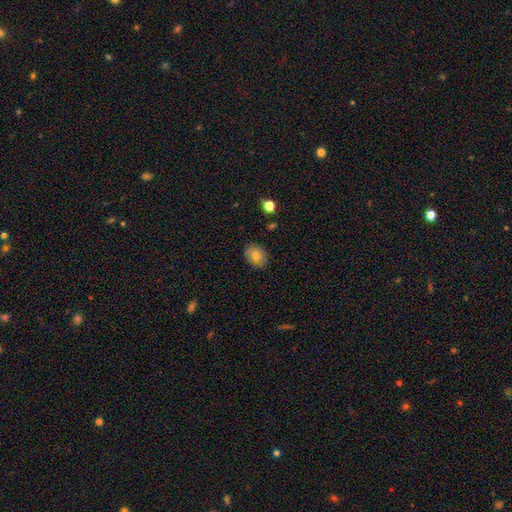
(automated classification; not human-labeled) smooth_or_featured: smooth (p=0.74) [alt: featured or disk p=0.17]
how_rounded: round (p=0.53) [alt: in between p=0.46]
merging: none (p=0.84) [alt: minor disturbance p=0.13]